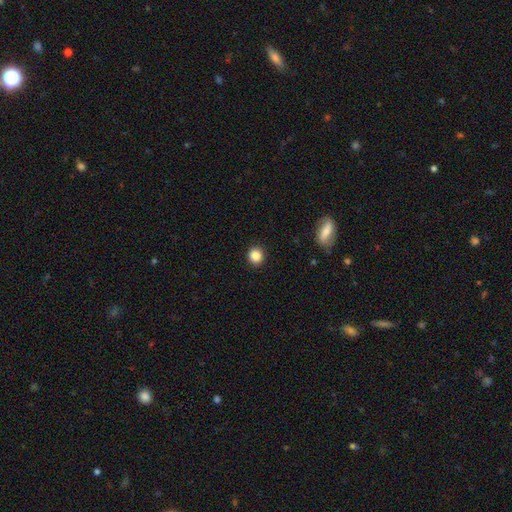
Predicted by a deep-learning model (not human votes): smooth-or-featured: smooth: 86% | star or artifact: 10% | featured or disk: 4%
  how-rounded: round: 86% | in between: 13% | cigar-shaped: 1%
  merging: none: 91% | minor disturbance: 6% | major disturbance: 2% | merger: 1%